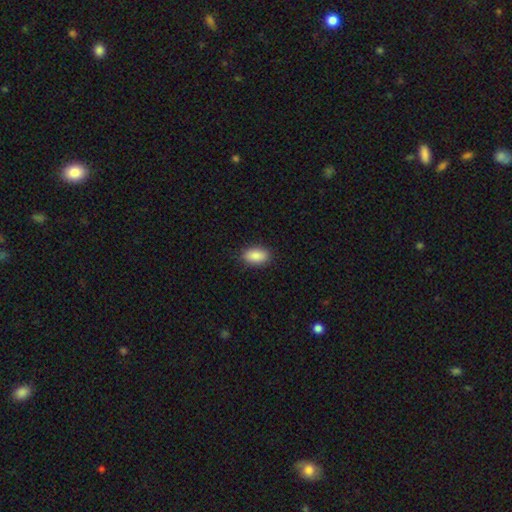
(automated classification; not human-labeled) Smooth or featured? smooth (88%)
How rounded? in between (91%)
Merging? none (88%)